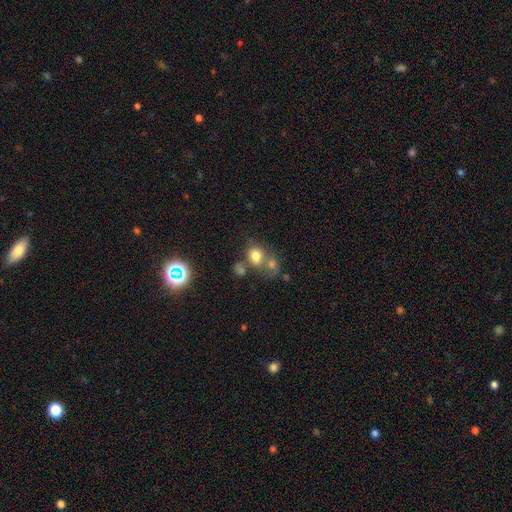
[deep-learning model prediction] Smooth or featured?
  - smooth: 73% *
  - star or artifact: 14%
  - featured or disk: 12%
How rounded?
  - round: 60% *
  - in between: 39%
  - cigar-shaped: 1%
Merging?
  - merger: 41% *
  - none: 40%
  - minor disturbance: 12%
  - major disturbance: 8%